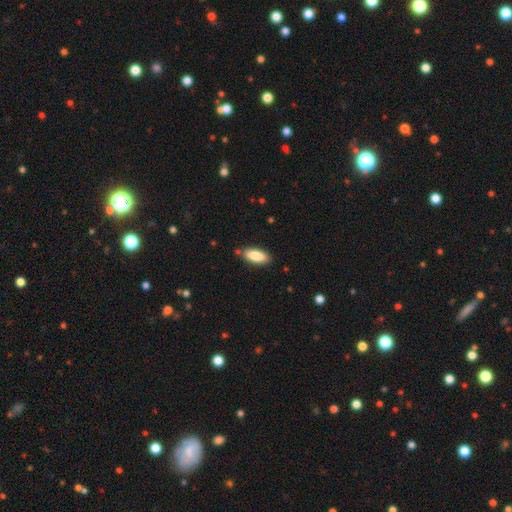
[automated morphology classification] smooth 87%, featured or disk 7%, star or artifact 6%. Down the decision tree: how rounded — in between (81%); merging — none (83%).